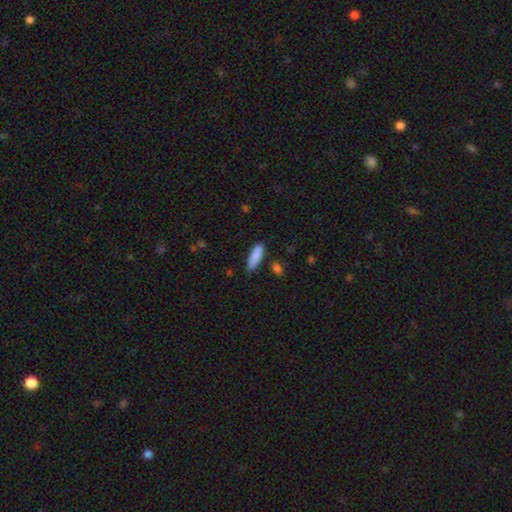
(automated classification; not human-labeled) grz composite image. It shows a smooth galaxy with no disk features (88%) that is cigar-shaped (56%). Merging: none (80%).